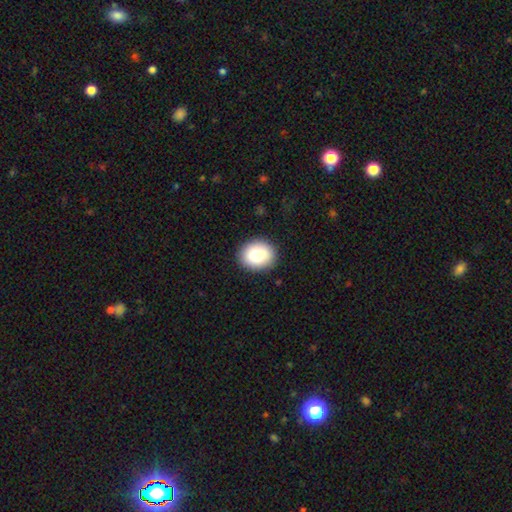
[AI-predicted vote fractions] Q: Smooth or featured?
A: smooth (83%); runner-up: featured or disk (9%)
Q: How rounded?
A: round (59%); runner-up: in between (40%)
Q: Merging?
A: none (89%); runner-up: minor disturbance (8%)